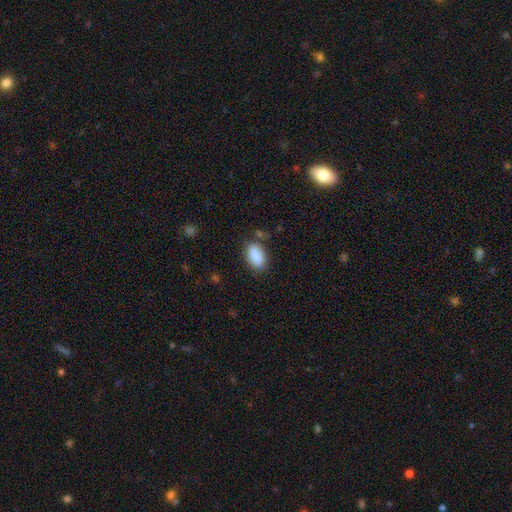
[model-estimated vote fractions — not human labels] This appears to be a smooth galaxy with no disk features (89%) that is in between round and cigar-shaped (92%). Merging: none (77%).